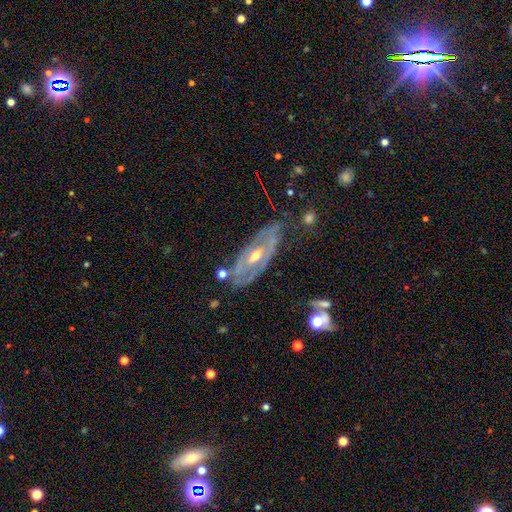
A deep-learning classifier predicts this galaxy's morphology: featured or disk 82%, smooth 12%, star or artifact 6%. Down the decision tree: edge-on disk — no (85%); bar — no (43%); spiral arms — yes (75%); spiral arm count — can't tell (46%); spiral winding — tight (63%); bulge size — moderate (63%); merging — none (65%).